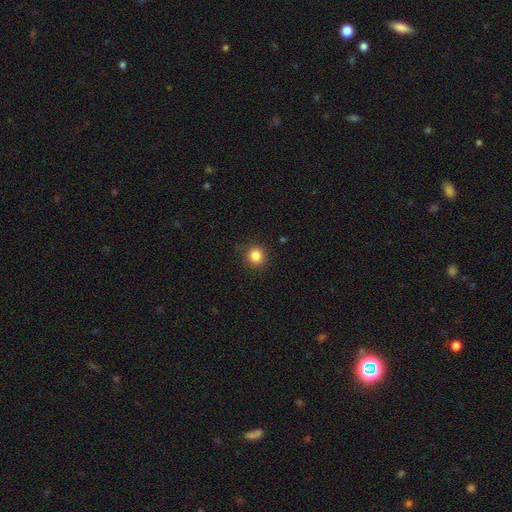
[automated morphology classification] Overall: smooth (85%). How rounded: round (89%). Merging: none (88%).